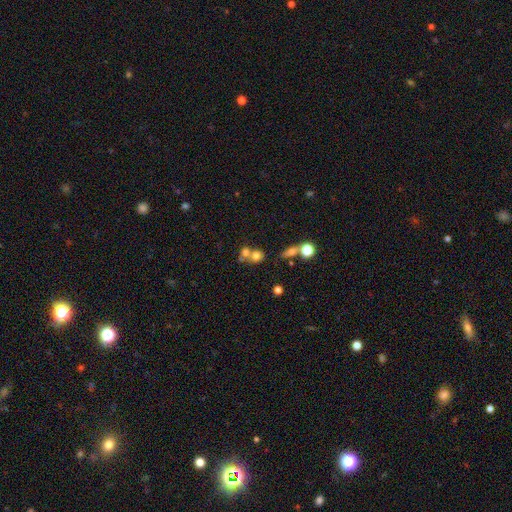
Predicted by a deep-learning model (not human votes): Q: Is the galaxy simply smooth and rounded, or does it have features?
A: smooth — 70%.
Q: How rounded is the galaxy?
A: round — 75%.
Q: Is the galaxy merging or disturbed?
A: merger — 49%.